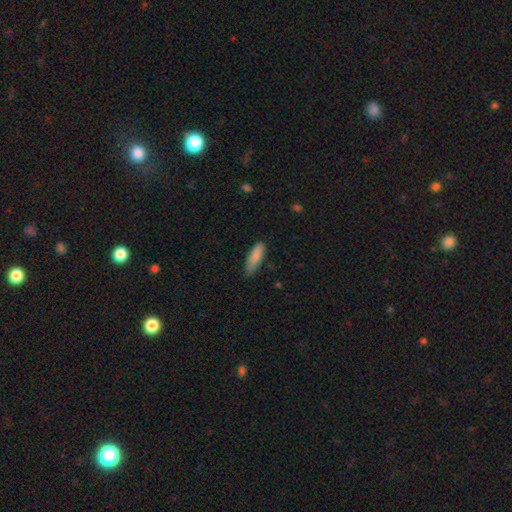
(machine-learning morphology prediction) A smooth galaxy with no disk features (87%) that is in between round and cigar-shaped (52%). Merging: none (75%).